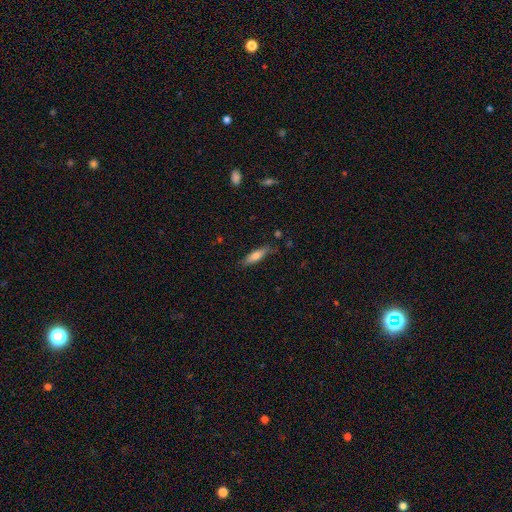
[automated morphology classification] This appears to be a smooth galaxy with no disk features (67%) that is cigar-shaped (67%). Merging: none (79%).